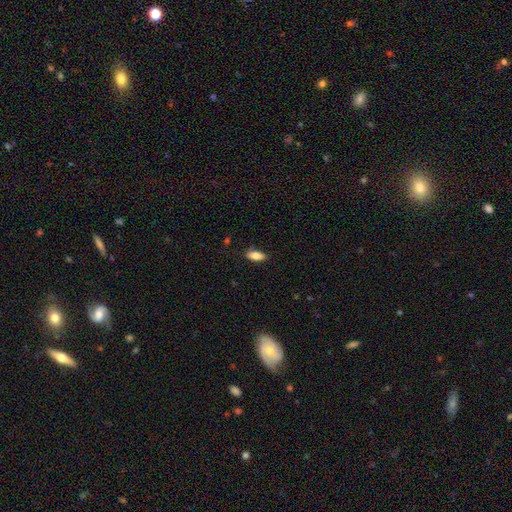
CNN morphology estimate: smooth 82%, featured or disk 11%, star or artifact 7%. Down the decision tree: how rounded — in between (83%); merging — none (84%).